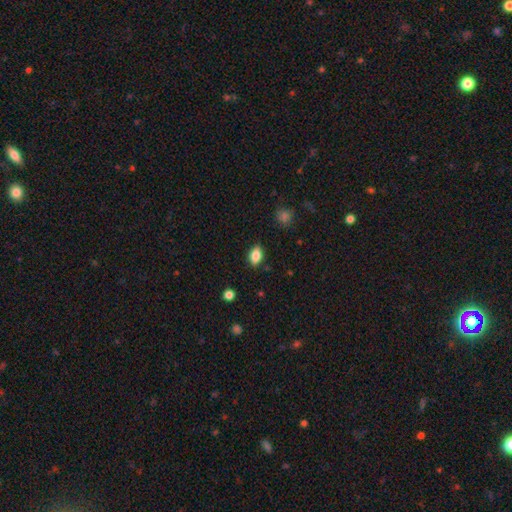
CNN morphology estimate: Smooth or featured?
  - smooth: 81% *
  - featured or disk: 11%
  - star or artifact: 9%
How rounded?
  - in between: 85% *
  - round: 12%
  - cigar-shaped: 4%
Merging?
  - none: 85% *
  - minor disturbance: 12%
  - major disturbance: 2%
  - merger: 1%